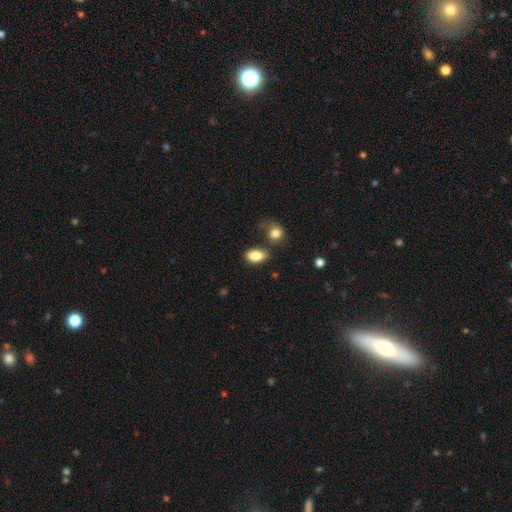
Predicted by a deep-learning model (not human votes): Smooth or featured? smooth (86%)
How rounded? in between (89%)
Merging? none (65%)